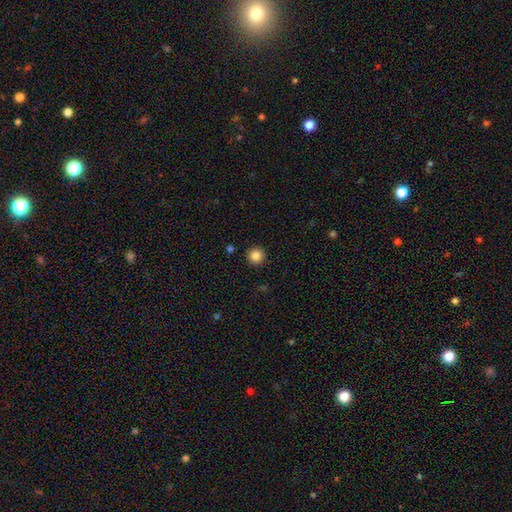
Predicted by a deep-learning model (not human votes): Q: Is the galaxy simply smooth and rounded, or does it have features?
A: smooth — 85%.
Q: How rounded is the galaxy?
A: round — 95%.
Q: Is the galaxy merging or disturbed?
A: none — 92%.